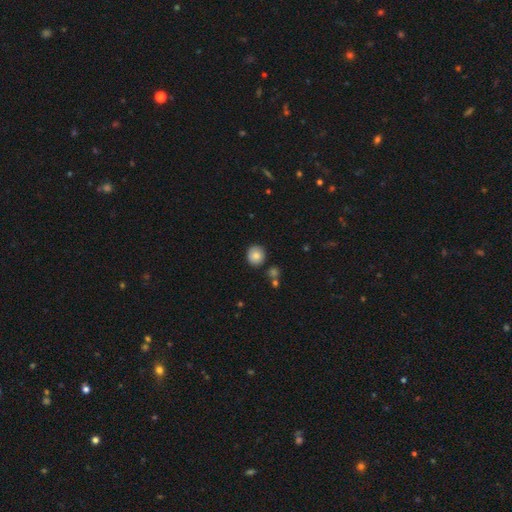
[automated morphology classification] A smooth galaxy with no disk features (82%) that is round (86%). Merging: none (86%).